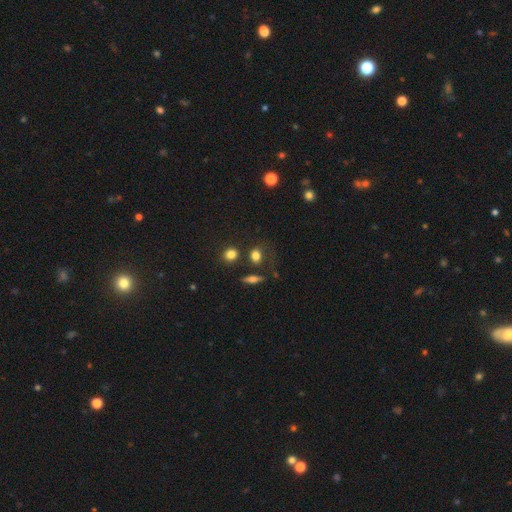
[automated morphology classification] Smooth or featured? smooth (80%)
How rounded? round (58%)
Merging? none (65%)